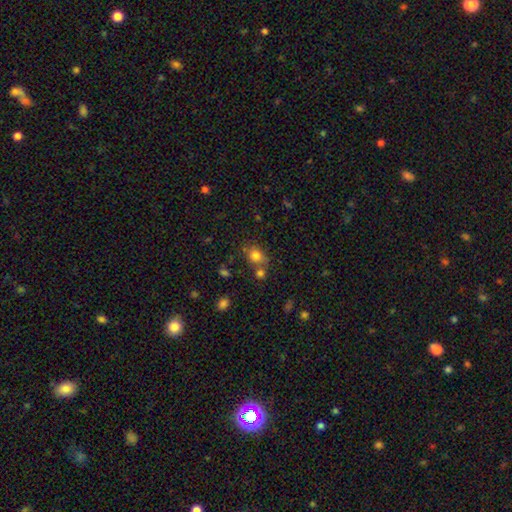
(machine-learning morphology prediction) The model was most divided on "how rounded": round: 63%, in between: 36%, cigar-shaped: 1%. More confident: smooth or featured — smooth (78%); merging — none (59%).